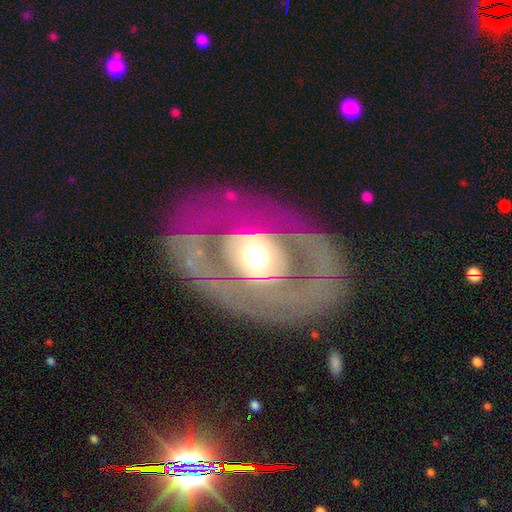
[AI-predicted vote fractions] smooth-or-featured: featured or disk: 80% | smooth: 13% | star or artifact: 7%
  disk-edge-on: no: 94% | yes: 6%
    bar: no: 69% | weak: 19% | strong: 11%
    has-spiral-arms: yes: 63% | no: 37%
    bulge-size: moderate: 51% | large: 36% | dominant: 6% | small: 6% | none: 1%
  merging: none: 56% | major disturbance: 25% | minor disturbance: 15% | merger: 3%